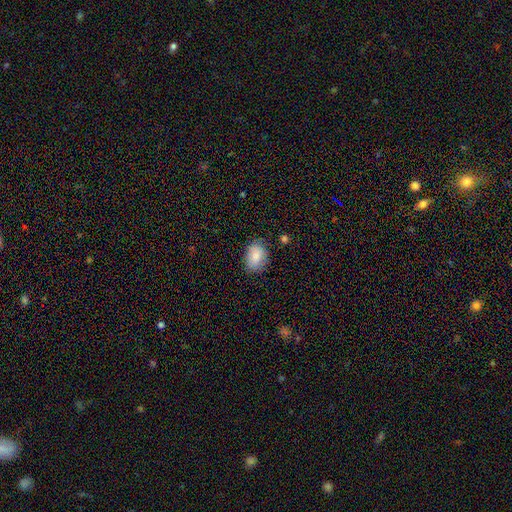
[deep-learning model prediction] Smooth or featured? Predicted: smooth (p=0.86). How rounded? Predicted: in between (p=0.81). Merging? Predicted: none (p=0.78).